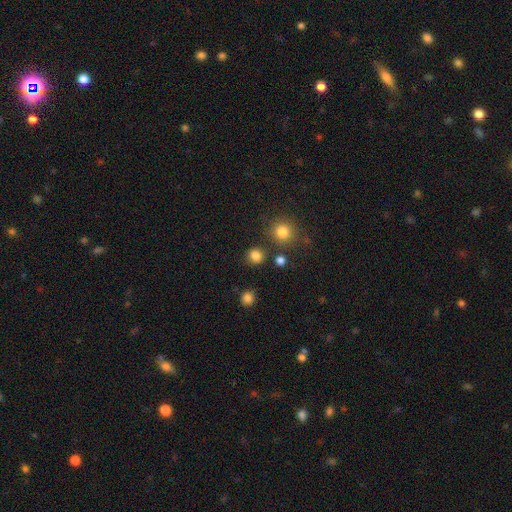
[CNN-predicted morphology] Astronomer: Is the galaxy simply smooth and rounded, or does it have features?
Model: smooth — 83%.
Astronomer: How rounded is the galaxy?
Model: round — 86%.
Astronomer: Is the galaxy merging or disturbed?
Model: none — 84%.